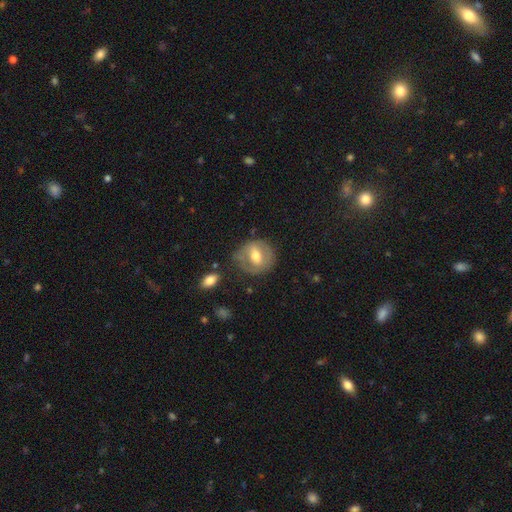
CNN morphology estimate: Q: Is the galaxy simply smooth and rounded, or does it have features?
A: featured or disk — 49%.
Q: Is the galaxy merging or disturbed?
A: none — 70%.